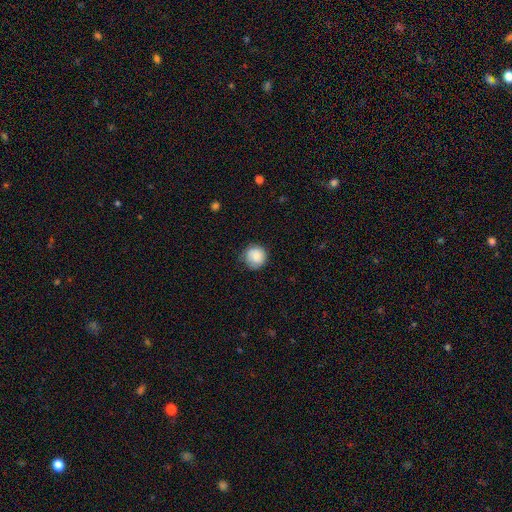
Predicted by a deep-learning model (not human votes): Smooth or featured: smooth — 83% (featured or disk — 9%)
How rounded: round — 92% (in between — 7%)
Merging: none — 76% (minor disturbance — 19%)